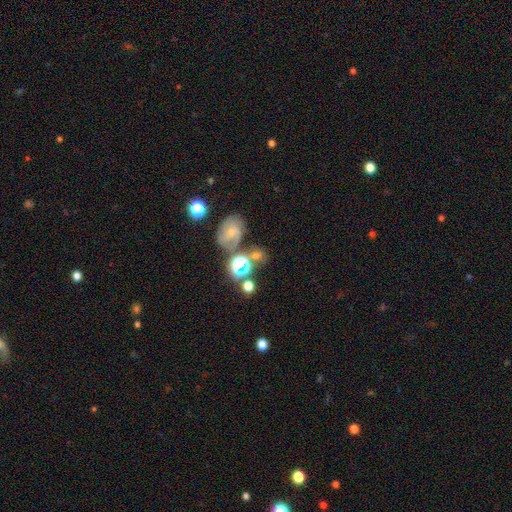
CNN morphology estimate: A smooth galaxy with no disk features (50%).

Vote fractions:
- Smooth or featured? smooth: 50% / star or artifact: 28% / featured or disk: 23%
- Merging? none: 51% / merger: 24% / minor disturbance: 15% / major disturbance: 9%